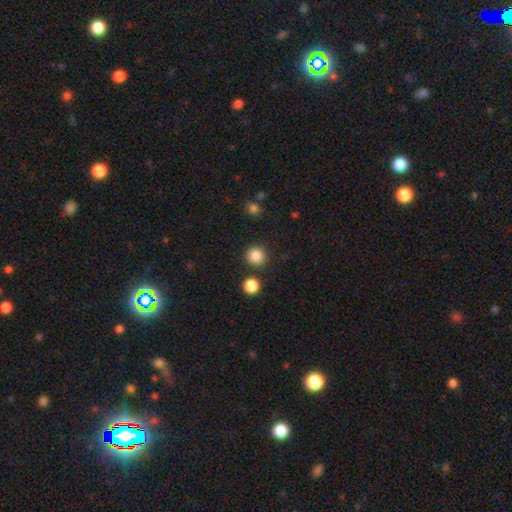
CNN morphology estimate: smooth 86%, star or artifact 10%, featured or disk 3%. Down the decision tree: how rounded — round (94%); merging — none (89%).